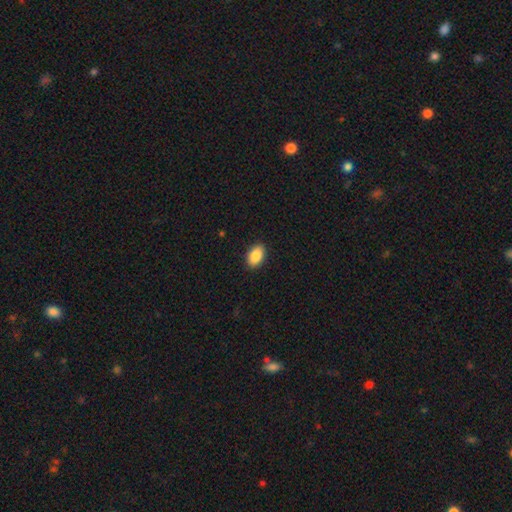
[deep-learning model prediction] A smooth galaxy with no disk features (88%) that is in between round and cigar-shaped (91%).

Vote fractions:
- Smooth or featured? smooth: 88% / star or artifact: 7% / featured or disk: 5%
- How rounded? in between: 91% / round: 7% / cigar-shaped: 2%
- Merging? none: 90% / minor disturbance: 7% / major disturbance: 2% / merger: 1%